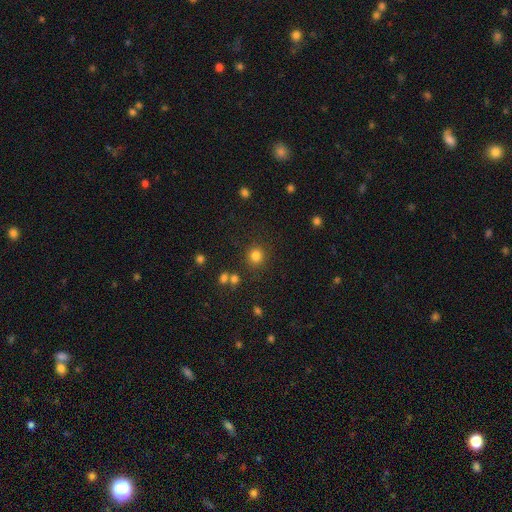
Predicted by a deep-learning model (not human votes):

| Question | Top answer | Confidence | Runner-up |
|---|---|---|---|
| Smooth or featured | smooth | 81% | star or artifact (14%) |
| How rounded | round | 89% | in between (10%) |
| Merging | none | 85% | minor disturbance (8%) |